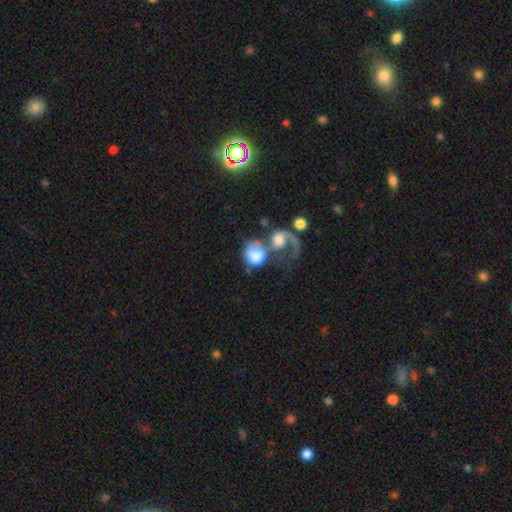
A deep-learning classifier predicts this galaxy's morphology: Smooth or featured?
  - smooth: 52% *
  - featured or disk: 40%
  - star or artifact: 8%
How rounded?
  - round: 58% *
  - in between: 41%
  - cigar-shaped: 1%
Merging?
  - merger: 59% *
  - major disturbance: 22%
  - none: 12%
  - minor disturbance: 6%